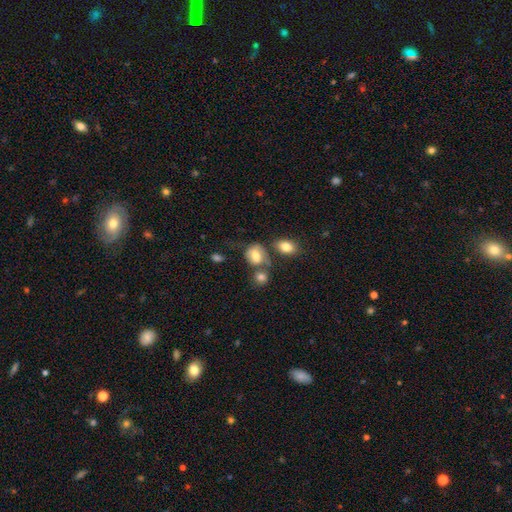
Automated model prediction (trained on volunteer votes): smooth_or_featured: smooth (p=0.72) [alt: featured or disk p=0.18]
how_rounded: in between (p=0.55) [alt: round p=0.44]
merging: none (p=0.42) [alt: merger p=0.26]